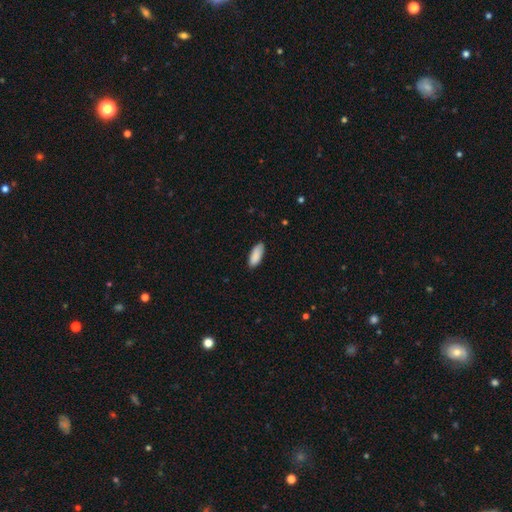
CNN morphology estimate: Smooth or featured: smooth — 90% (star or artifact — 6%)
How rounded: in between — 82% (cigar-shaped — 17%)
Merging: none — 84% (minor disturbance — 13%)